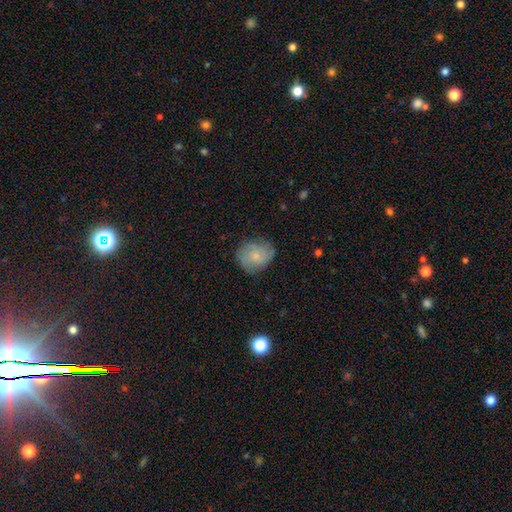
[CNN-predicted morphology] Q: Smooth or featured?
A: smooth (61%); runner-up: featured or disk (31%)
Q: How rounded?
A: round (69%); runner-up: in between (30%)
Q: Merging?
A: none (74%); runner-up: minor disturbance (20%)